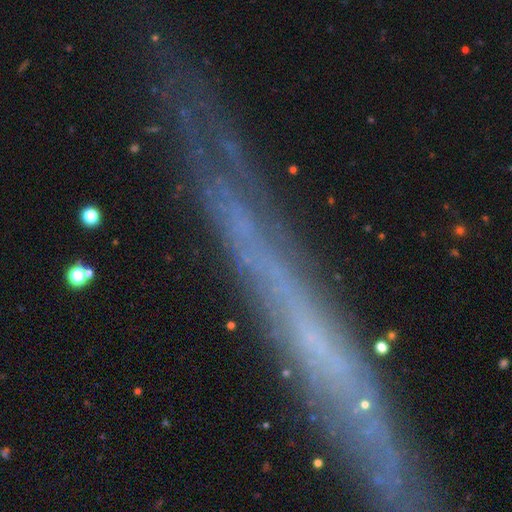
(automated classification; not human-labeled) Q: Smooth or featured?
A: featured or disk (51%); runner-up: smooth (29%)
Q: Edge-on disk?
A: yes (77%); runner-up: no (23%)
Q: Merging?
A: none (77%); runner-up: minor disturbance (15%)